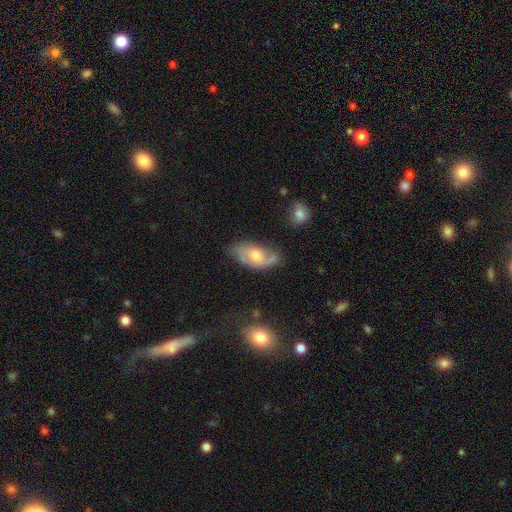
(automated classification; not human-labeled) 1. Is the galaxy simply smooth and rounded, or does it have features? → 56% featured or disk, 37% smooth, 7% star or artifact.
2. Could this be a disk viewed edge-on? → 91% no, 9% yes.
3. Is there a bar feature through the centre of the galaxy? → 66% no, 29% weak, 5% strong.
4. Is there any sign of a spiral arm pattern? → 78% yes, 22% no.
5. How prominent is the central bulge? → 63% moderate, 27% small, 6% large, 2% none, 1% dominant.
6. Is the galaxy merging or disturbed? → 58% none, 27% minor disturbance, 10% major disturbance, 5% merger.